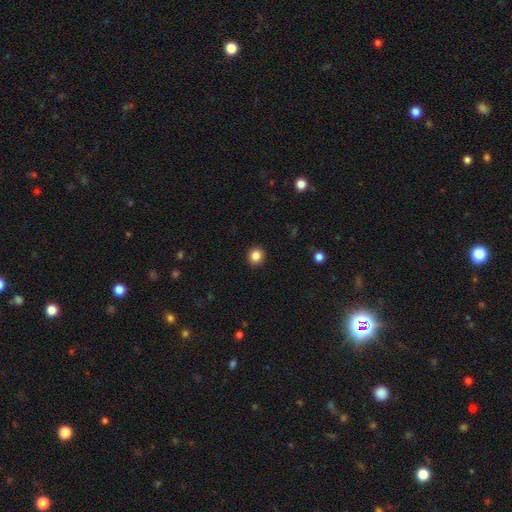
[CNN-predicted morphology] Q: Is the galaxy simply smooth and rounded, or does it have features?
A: smooth — 85%.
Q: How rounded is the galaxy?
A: round — 88%.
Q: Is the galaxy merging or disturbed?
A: none — 92%.